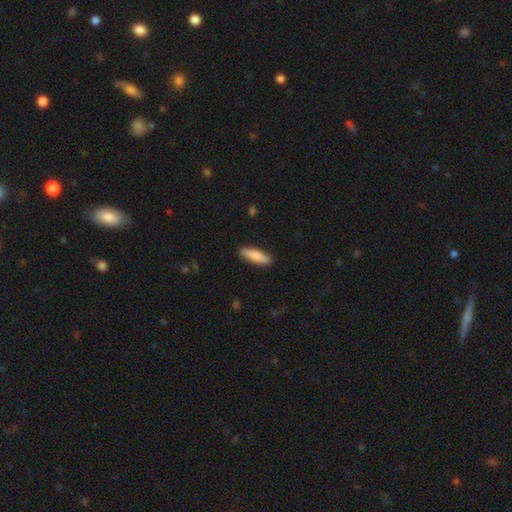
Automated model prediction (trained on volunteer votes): smooth_or_featured: smooth (p=0.80) [alt: featured or disk p=0.14]
how_rounded: cigar-shaped (p=0.66) [alt: in between p=0.32]
merging: none (p=0.88) [alt: minor disturbance p=0.09]